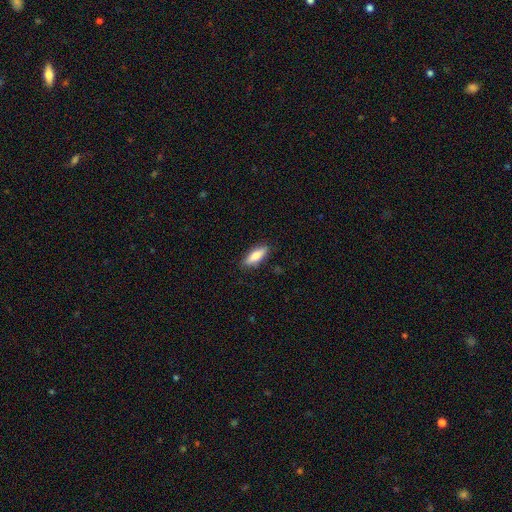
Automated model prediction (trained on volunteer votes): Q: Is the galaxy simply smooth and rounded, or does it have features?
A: smooth — 78%.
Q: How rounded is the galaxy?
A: in between — 57%.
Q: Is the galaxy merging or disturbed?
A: none — 87%.